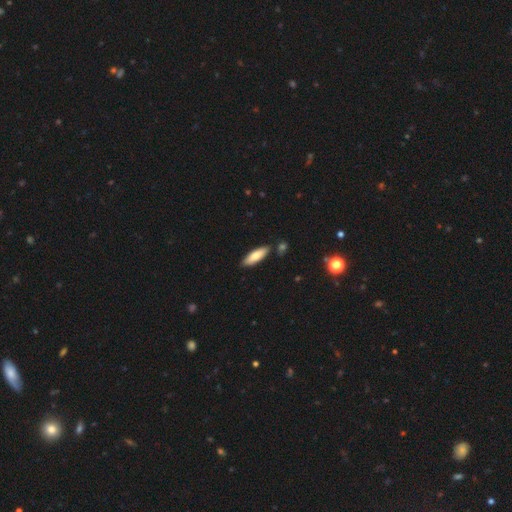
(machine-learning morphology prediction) smooth 77%, featured or disk 17%, star or artifact 6%. Down the decision tree: how rounded — cigar-shaped (50%); merging — none (84%).